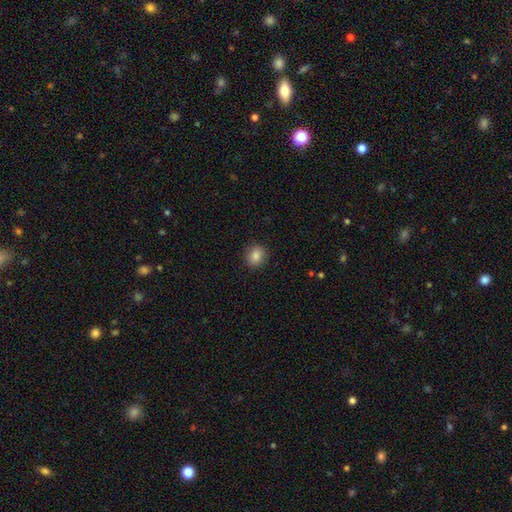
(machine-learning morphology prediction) Smooth or featured? Predicted: smooth (p=0.85). How rounded? Predicted: round (p=0.74). Merging? Predicted: none (p=0.90).